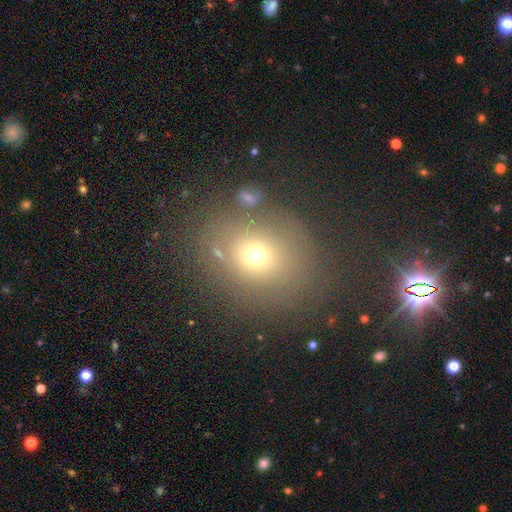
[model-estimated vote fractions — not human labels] Overall: smooth (65%). How rounded: round (71%). Merging: none (67%).